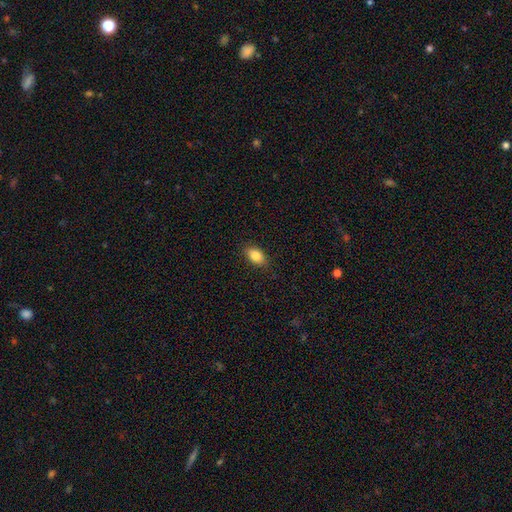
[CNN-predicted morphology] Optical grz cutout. It shows a smooth galaxy with no disk features (86%) that is in between round and cigar-shaped (88%). Merging: none (86%).